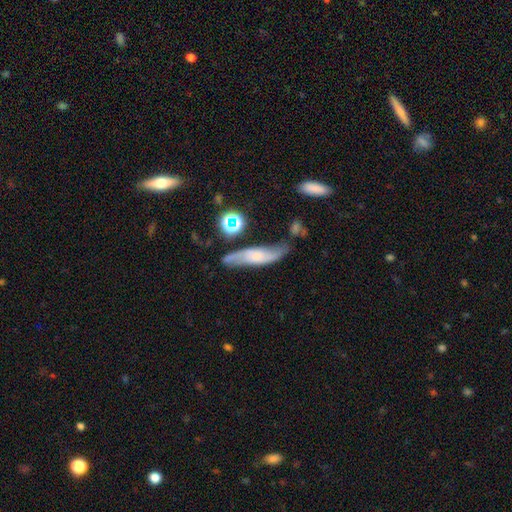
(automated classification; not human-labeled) featured or disk 61%, smooth 29%, star or artifact 10%. Down the decision tree: edge-on disk — no (67%); merging — none (62%).